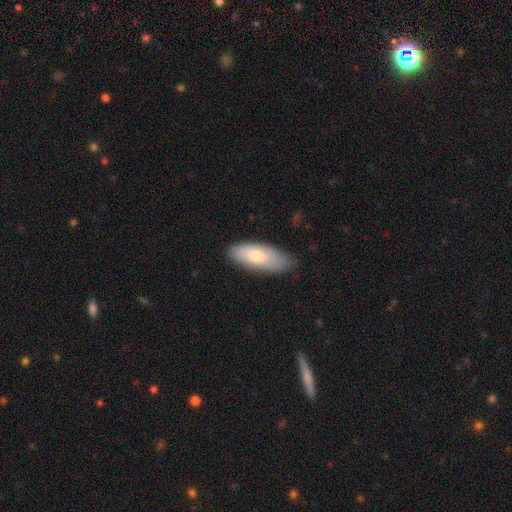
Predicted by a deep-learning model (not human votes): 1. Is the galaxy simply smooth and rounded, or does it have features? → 74% smooth, 21% featured or disk, 6% star or artifact.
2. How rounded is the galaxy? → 79% in between, 19% cigar-shaped, 2% round.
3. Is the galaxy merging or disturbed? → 75% none, 20% minor disturbance, 4% major disturbance, 1% merger.